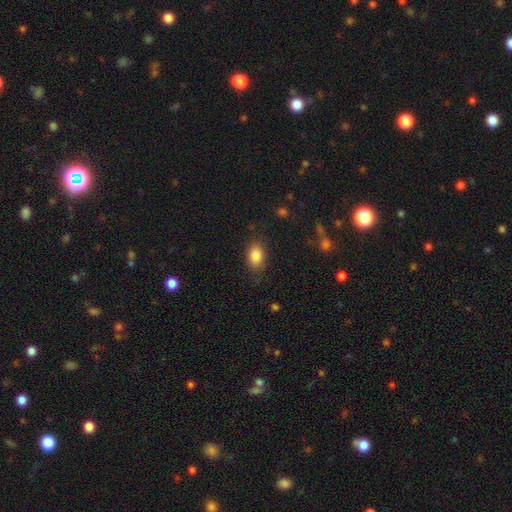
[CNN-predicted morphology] A smooth galaxy with no disk features (86%) that is in between round and cigar-shaped (85%). Merging: none (79%).